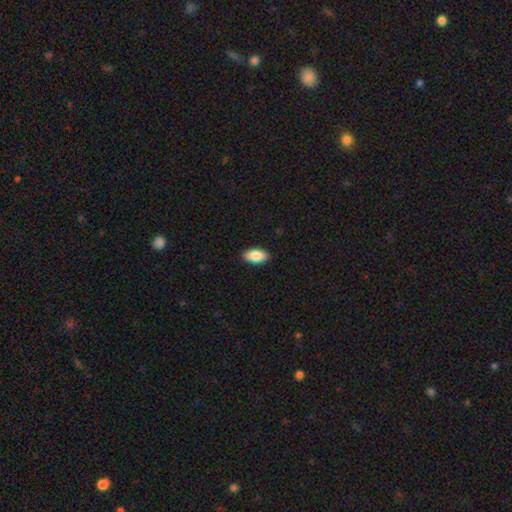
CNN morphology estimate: This is clearly a smooth galaxy (86%). How rounded: clearly in between (93%). Merging: clearly none (89%).